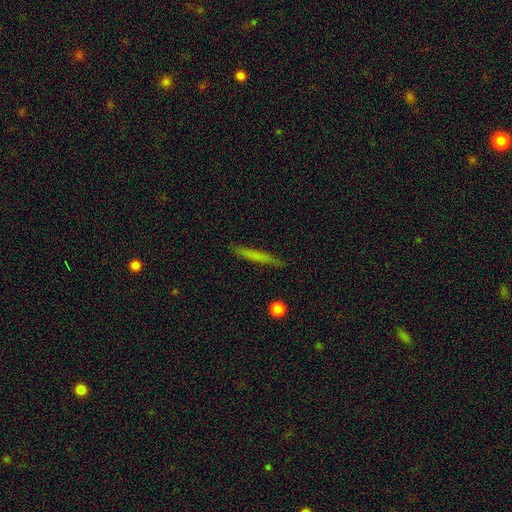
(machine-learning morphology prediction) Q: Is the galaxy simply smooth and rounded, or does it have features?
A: smooth — 64%.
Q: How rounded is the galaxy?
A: cigar-shaped — 95%.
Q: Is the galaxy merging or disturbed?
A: none — 87%.